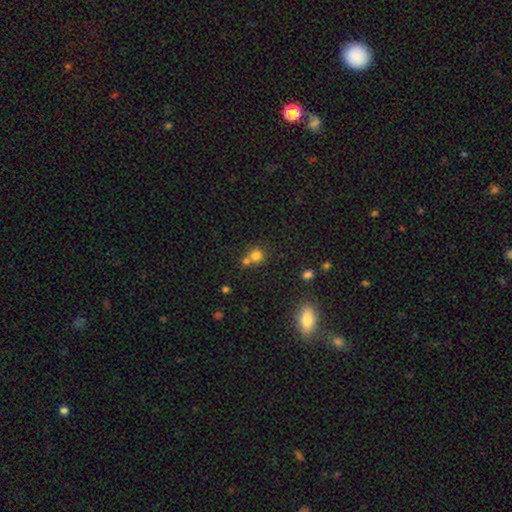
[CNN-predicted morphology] smooth_or_featured: smooth (p=0.77) [alt: star or artifact p=0.15]
how_rounded: round (p=0.87) [alt: in between p=0.12]
merging: none (p=0.48) [alt: merger p=0.41]